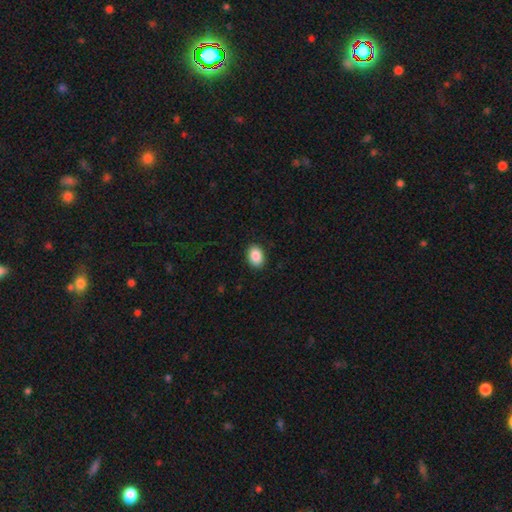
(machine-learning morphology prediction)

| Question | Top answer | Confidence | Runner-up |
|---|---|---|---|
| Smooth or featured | smooth | 89% | star or artifact (7%) |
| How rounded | in between | 78% | round (21%) |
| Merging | none | 90% | minor disturbance (7%) |